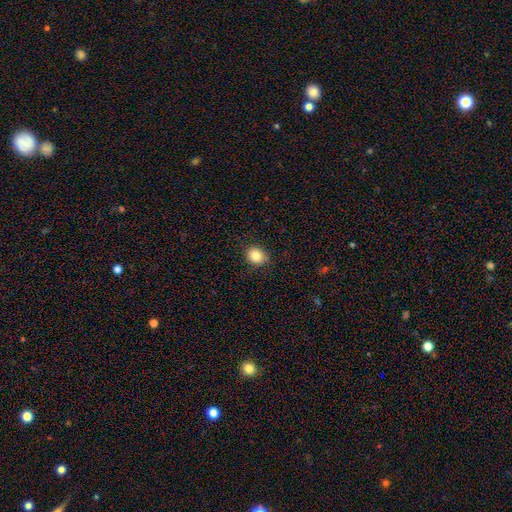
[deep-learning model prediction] The model was most divided on "how rounded": round: 64%, in between: 35%, cigar-shaped: 1%. More confident: merging — none (85%); smooth or featured — smooth (83%).